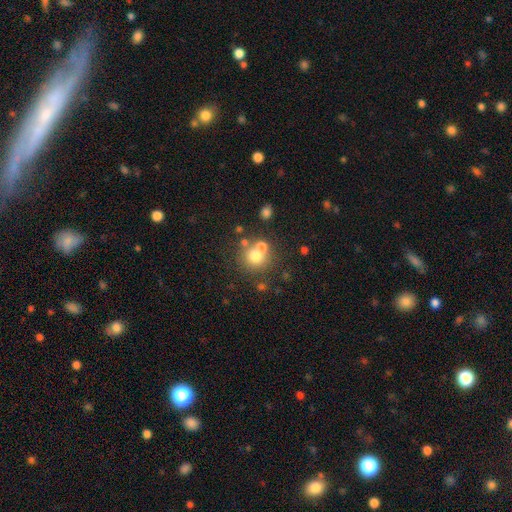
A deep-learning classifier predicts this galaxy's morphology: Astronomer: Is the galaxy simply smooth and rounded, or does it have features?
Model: smooth — 69%.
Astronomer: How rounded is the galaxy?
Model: round — 88%.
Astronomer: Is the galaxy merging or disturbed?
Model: none — 57%.